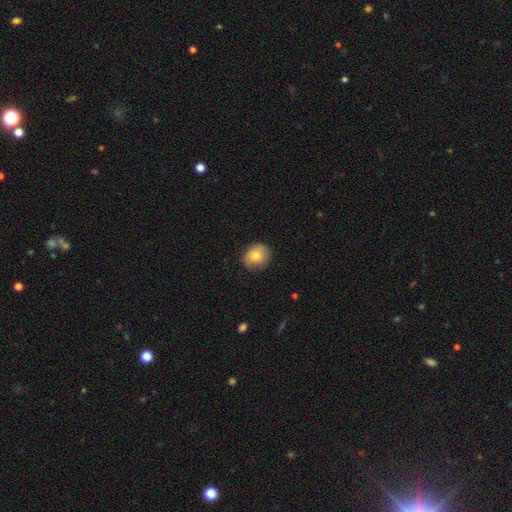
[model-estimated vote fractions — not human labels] smooth_or_featured: smooth (p=0.77) [alt: featured or disk p=0.14]
how_rounded: round (p=0.74) [alt: in between p=0.25]
merging: none (p=0.84) [alt: minor disturbance p=0.12]